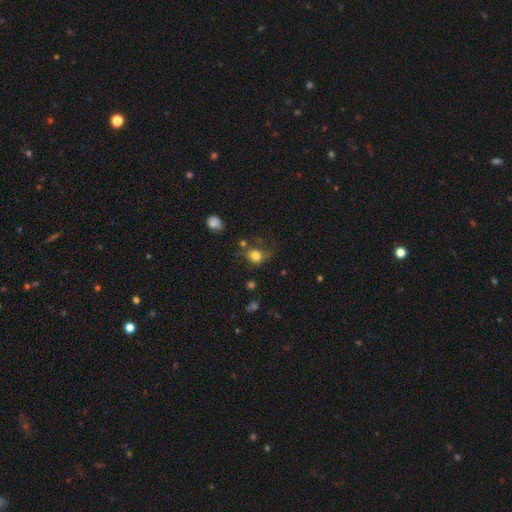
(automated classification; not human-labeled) smooth_or_featured: smooth (p=0.78) [alt: star or artifact p=0.11]
how_rounded: round (p=0.65) [alt: in between p=0.34]
merging: none (p=0.50) [alt: minor disturbance p=0.26]